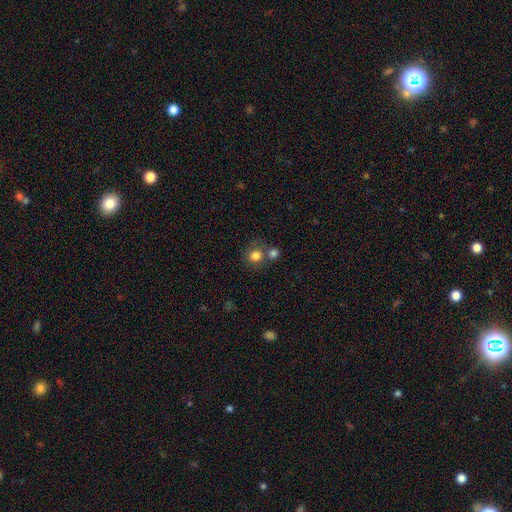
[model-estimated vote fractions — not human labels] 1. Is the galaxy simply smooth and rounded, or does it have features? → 80% smooth, 11% star or artifact, 8% featured or disk.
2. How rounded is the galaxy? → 82% round, 17% in between, 1% cigar-shaped.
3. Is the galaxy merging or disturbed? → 58% none, 28% merger, 10% minor disturbance, 4% major disturbance.